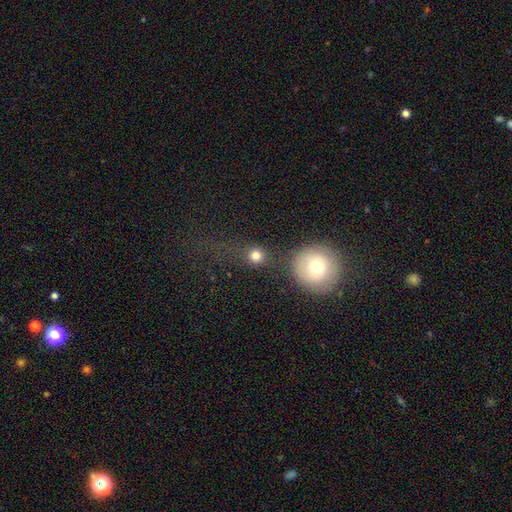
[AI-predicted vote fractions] This appears to be a smooth galaxy with no disk features (80%) that is round (89%). Merging: none (69%).